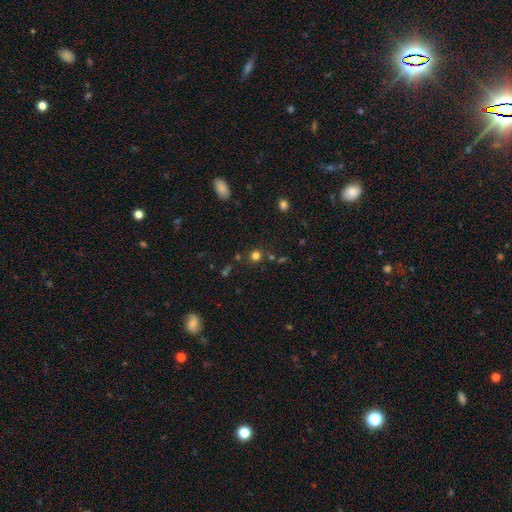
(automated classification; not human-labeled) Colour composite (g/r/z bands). It shows a smooth galaxy with no disk features (73%) that is round (91%). Merging: none (81%).